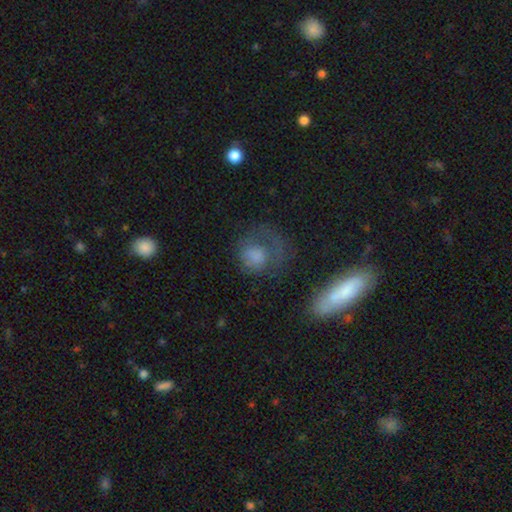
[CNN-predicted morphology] Smooth or featured?
  - smooth: 60% *
  - featured or disk: 27%
  - star or artifact: 13%
How rounded?
  - round: 69% *
  - in between: 29%
  - cigar-shaped: 1%
Merging?
  - major disturbance: 40% *
  - none: 35%
  - minor disturbance: 21%
  - merger: 4%